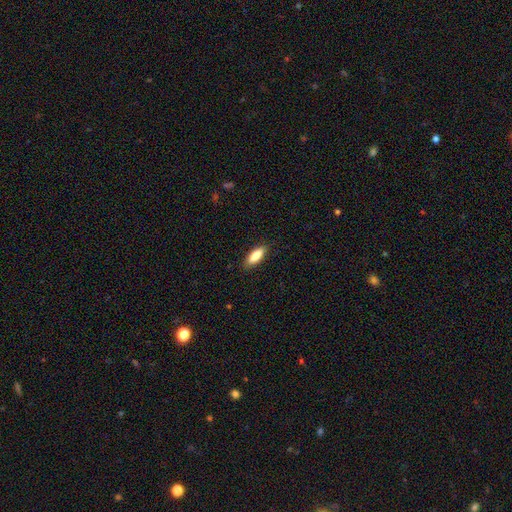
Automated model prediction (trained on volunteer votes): Smooth or featured? Predicted: smooth (p=0.84). How rounded? Predicted: in between (p=0.67). Merging? Predicted: none (p=0.88).